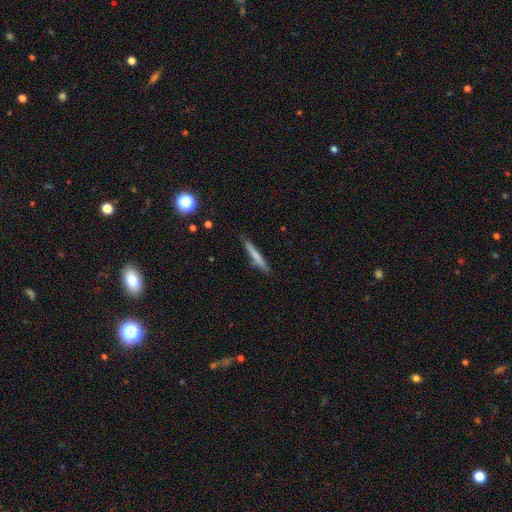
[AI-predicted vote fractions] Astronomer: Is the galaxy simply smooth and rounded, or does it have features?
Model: smooth — 69%.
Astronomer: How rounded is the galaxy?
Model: cigar-shaped — 95%.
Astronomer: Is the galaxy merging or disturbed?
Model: none — 86%.